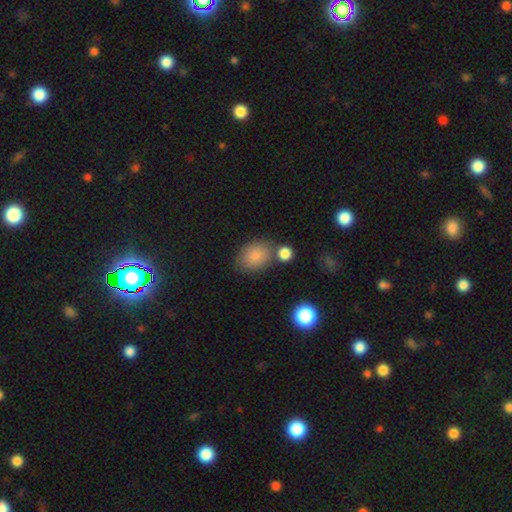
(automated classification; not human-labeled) A smooth galaxy with no disk features (83%) that is in between round and cigar-shaped (66%).

Vote fractions:
- Smooth or featured? smooth: 83% / featured or disk: 9% / star or artifact: 8%
- How rounded? in between: 66% / round: 33% / cigar-shaped: 1%
- Merging? none: 64% / merger: 16% / minor disturbance: 16% / major disturbance: 5%